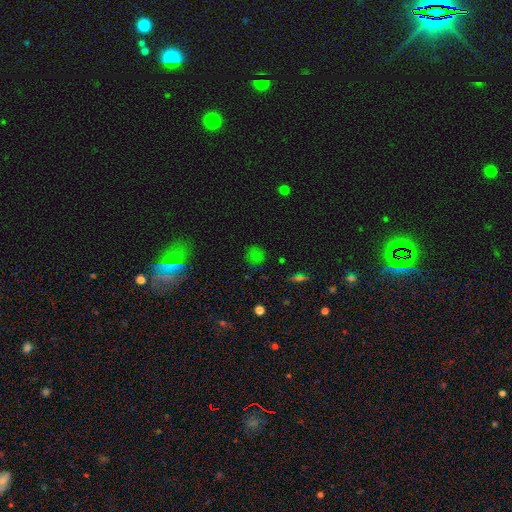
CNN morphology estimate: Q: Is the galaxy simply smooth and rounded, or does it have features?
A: smooth — 61%.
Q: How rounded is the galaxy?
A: round — 81%.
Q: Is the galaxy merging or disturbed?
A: none — 78%.